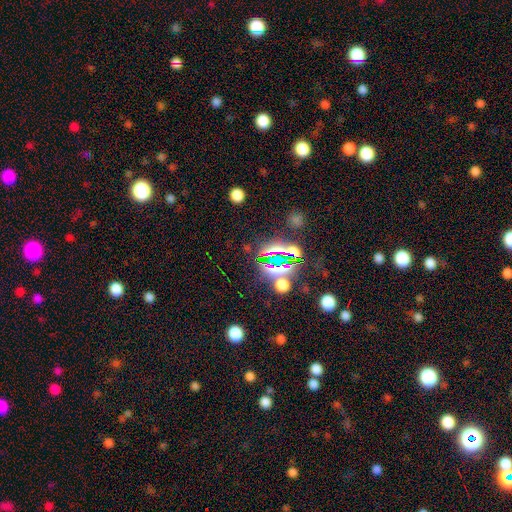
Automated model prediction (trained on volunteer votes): This appears to be a star or artifact, not a galaxy (81%).